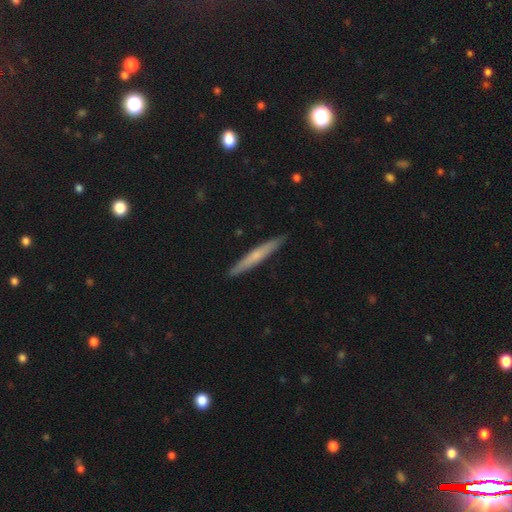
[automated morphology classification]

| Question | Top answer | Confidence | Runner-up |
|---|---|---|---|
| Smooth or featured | smooth | 52% | featured or disk (42%) |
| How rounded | cigar-shaped | 96% | in between (3%) |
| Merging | none | 90% | minor disturbance (7%) |